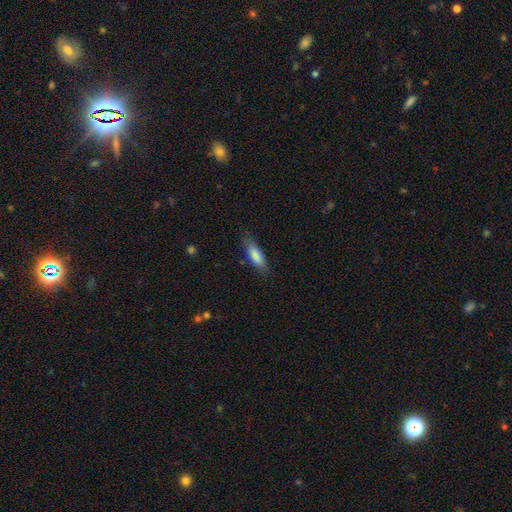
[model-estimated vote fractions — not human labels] The model was most divided on "how rounded": in between: 58%, cigar-shaped: 40%, round: 2%. More confident: smooth or featured — smooth (85%); merging — none (75%).